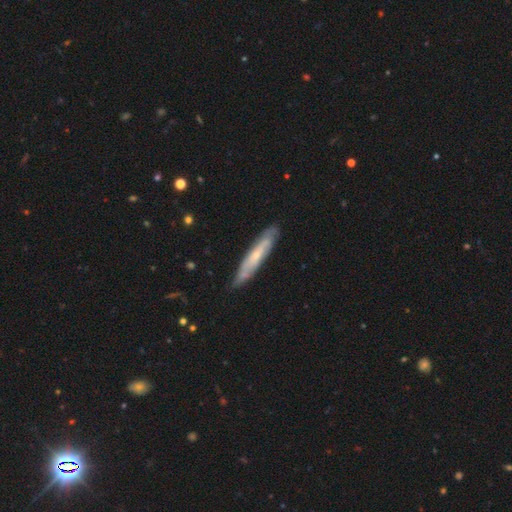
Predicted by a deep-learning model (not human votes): The model was most divided on "smooth or featured": featured or disk: 59%, smooth: 36%, star or artifact: 6%. More confident: merging — none (81%); edge-on disk — yes (63%).